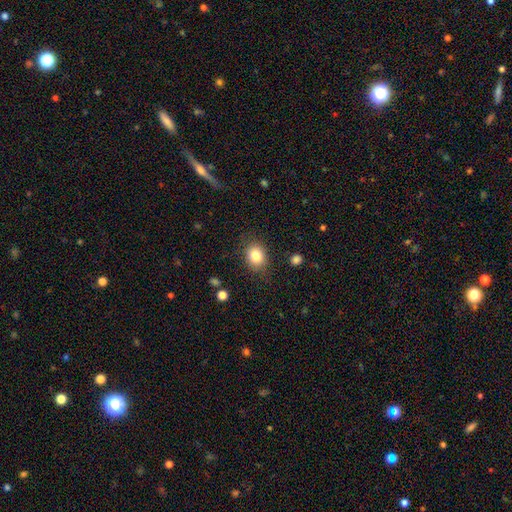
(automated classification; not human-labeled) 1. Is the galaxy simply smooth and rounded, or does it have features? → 82% smooth, 10% star or artifact, 8% featured or disk.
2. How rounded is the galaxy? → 55% round, 44% in between, 1% cigar-shaped.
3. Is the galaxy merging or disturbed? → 83% none, 12% minor disturbance, 3% major disturbance, 1% merger.